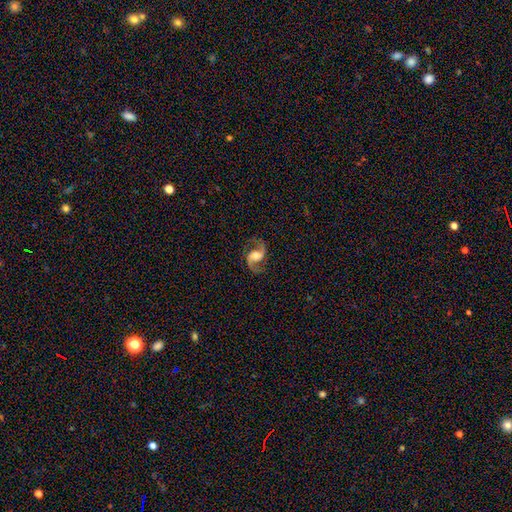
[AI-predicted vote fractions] Overall: featured or disk (90%). Edge-on disk: no (98%). Bar: weak (45%; no 37%). Spiral arms: yes (98%). Spiral arm count: 2 (94%). Spiral winding: medium (55%; loose 37%). Bulge size: moderate (47%; large 31%). Merging: none (82%).